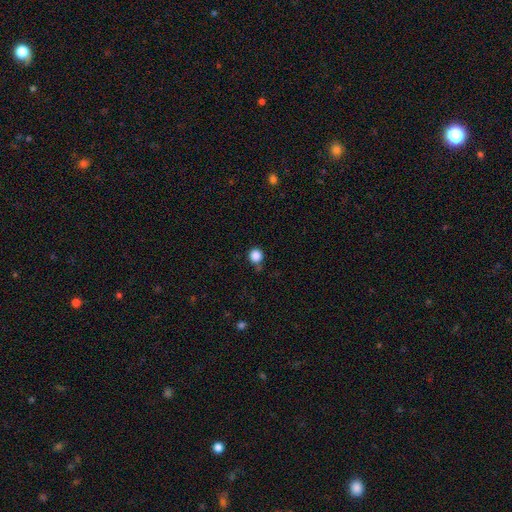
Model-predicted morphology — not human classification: Smooth or featured?
  - smooth: 86% *
  - star or artifact: 11%
  - featured or disk: 3%
How rounded?
  - round: 90% *
  - in between: 9%
  - cigar-shaped: 1%
Merging?
  - none: 75% *
  - minor disturbance: 15%
  - merger: 5%
  - major disturbance: 4%